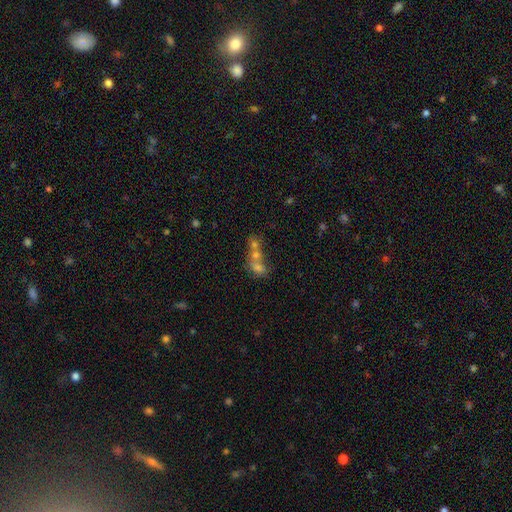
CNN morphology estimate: smooth 46%, star or artifact 29%, featured or disk 24%. Down the decision tree: merging — merger (44%).